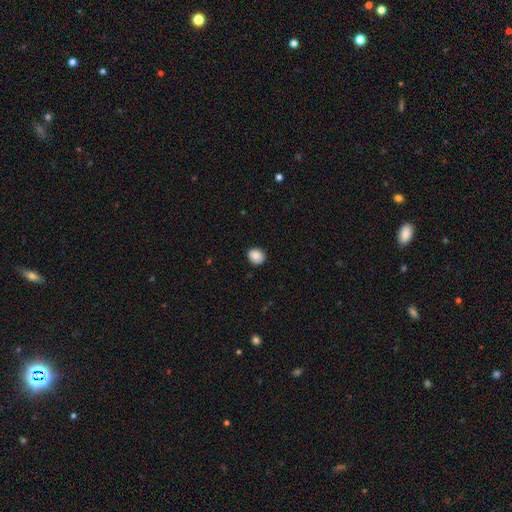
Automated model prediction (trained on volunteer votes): The model was most divided on "how rounded": round: 74%, in between: 25%, cigar-shaped: 1%. More confident: smooth or featured — smooth (88%); merging — none (86%).